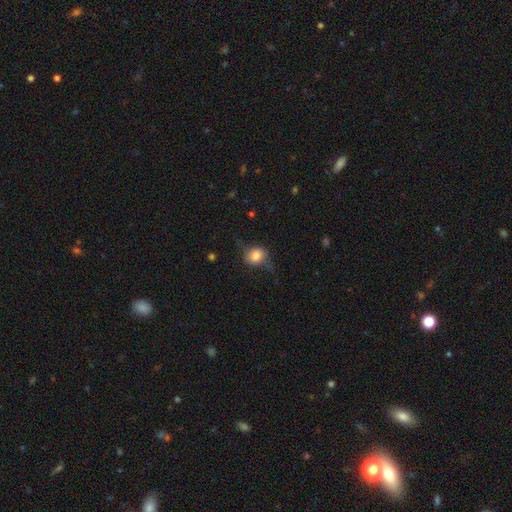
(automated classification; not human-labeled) Morphology: type=smooth (68%); roundness=round (64%); merging=none (57%).